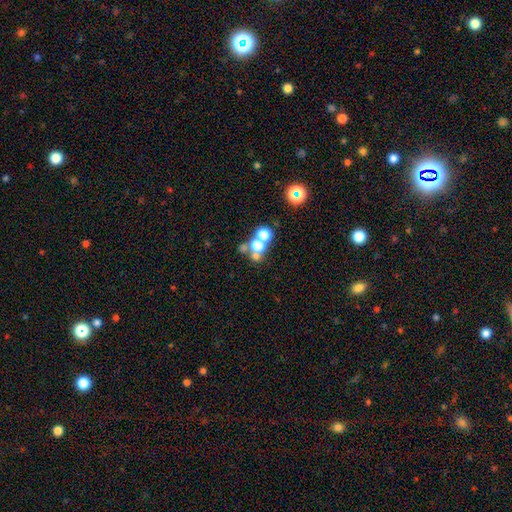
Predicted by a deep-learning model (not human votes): Overall: star or artifact (51%; smooth 35%).